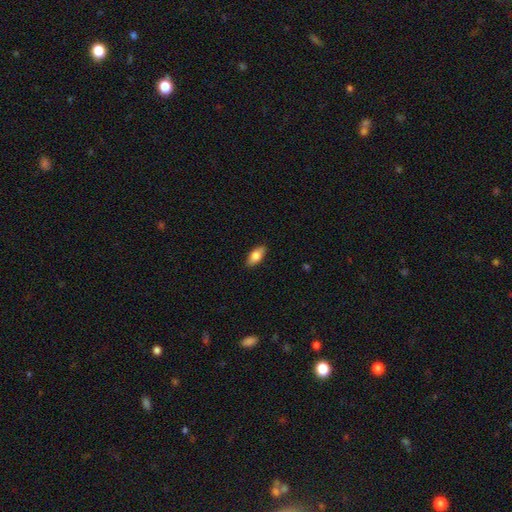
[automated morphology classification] smooth_or_featured: smooth (p=0.79) [alt: featured or disk p=0.15]
how_rounded: in between (p=0.87) [alt: cigar-shaped p=0.10]
merging: none (p=0.88) [alt: minor disturbance p=0.09]